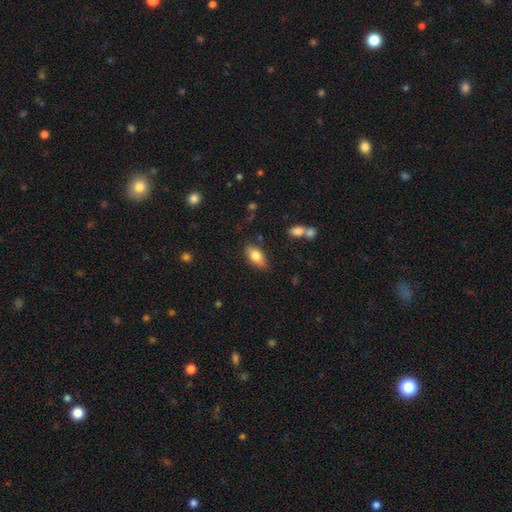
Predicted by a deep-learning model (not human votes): This appears to be a smooth galaxy with no disk features (79%) that is in between round and cigar-shaped (89%). Merging: none (75%).